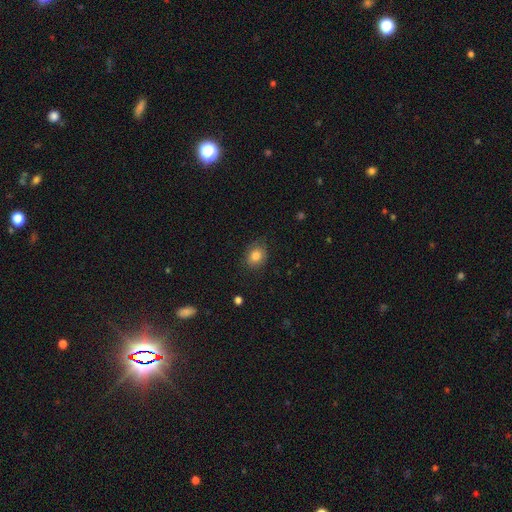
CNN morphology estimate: type=smooth (84%); roundness=round (51%); merging=none (78%).